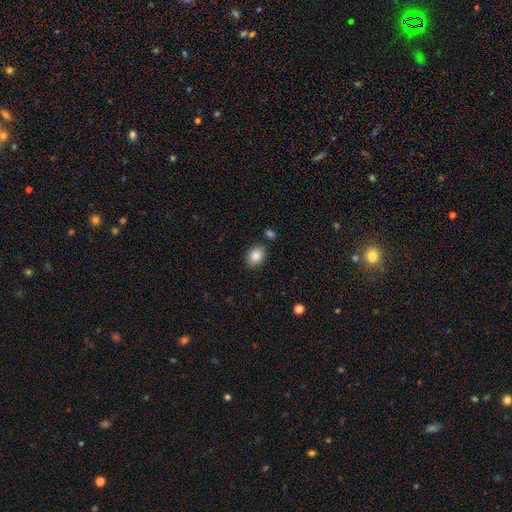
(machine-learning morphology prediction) Q: Smooth or featured?
A: smooth (86%); runner-up: star or artifact (8%)
Q: How rounded?
A: in between (67%); runner-up: round (32%)
Q: Merging?
A: none (85%); runner-up: minor disturbance (9%)